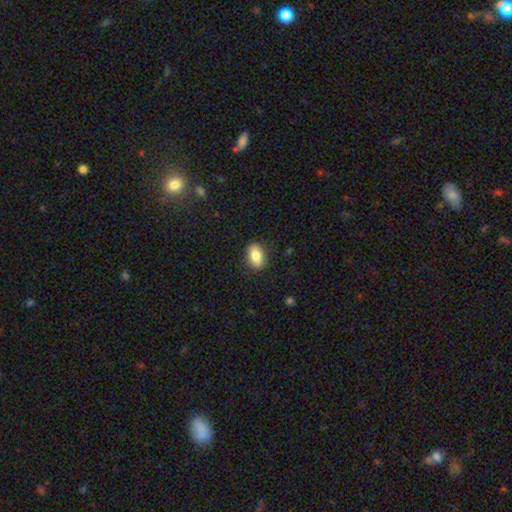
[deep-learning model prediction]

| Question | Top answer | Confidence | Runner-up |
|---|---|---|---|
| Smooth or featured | smooth | 81% | featured or disk (11%) |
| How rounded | in between | 87% | round (9%) |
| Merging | none | 87% | minor disturbance (9%) |